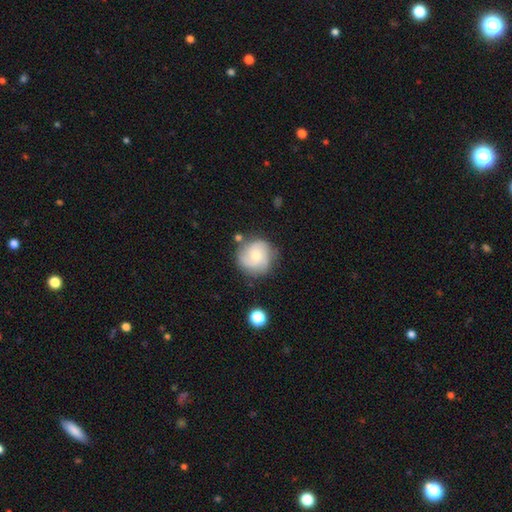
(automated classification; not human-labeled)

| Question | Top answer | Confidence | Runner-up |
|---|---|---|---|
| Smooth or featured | featured or disk | 52% | smooth (41%) |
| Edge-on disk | no | 98% | yes (2%) |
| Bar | no | 77% | weak (21%) |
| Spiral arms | yes | 88% | no (12%) |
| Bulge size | small | 47% | moderate (46%) |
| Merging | none | 74% | minor disturbance (16%) |